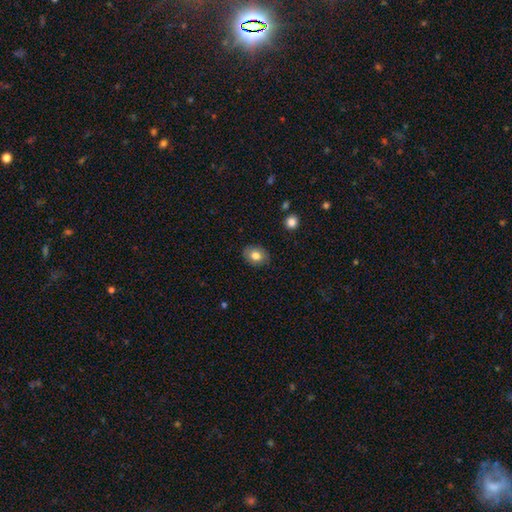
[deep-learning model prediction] Smooth or featured: smooth — 79% (featured or disk — 13%)
How rounded: in between — 57% (round — 43%)
Merging: none — 85% (minor disturbance — 12%)